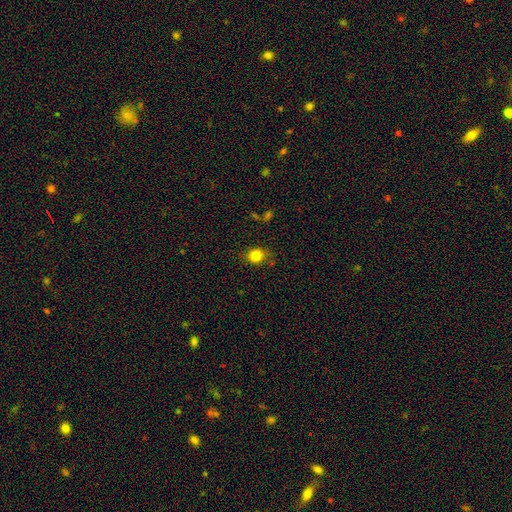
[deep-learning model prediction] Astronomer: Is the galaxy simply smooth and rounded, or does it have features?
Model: smooth — 83%.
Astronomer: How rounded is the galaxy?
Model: round — 66%.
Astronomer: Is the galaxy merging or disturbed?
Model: none — 74%.